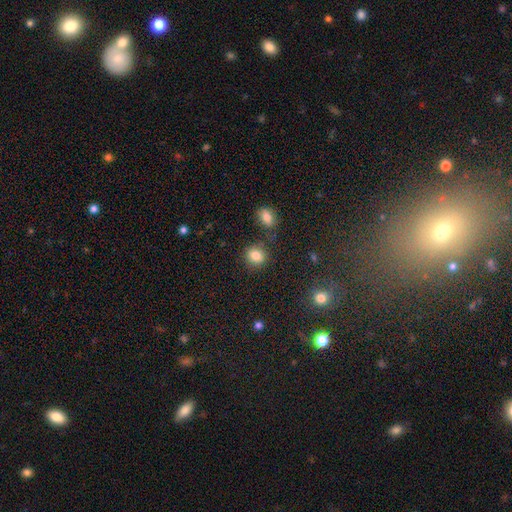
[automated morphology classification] Overall: smooth (84%). How rounded: round (77%). Merging: none (80%).